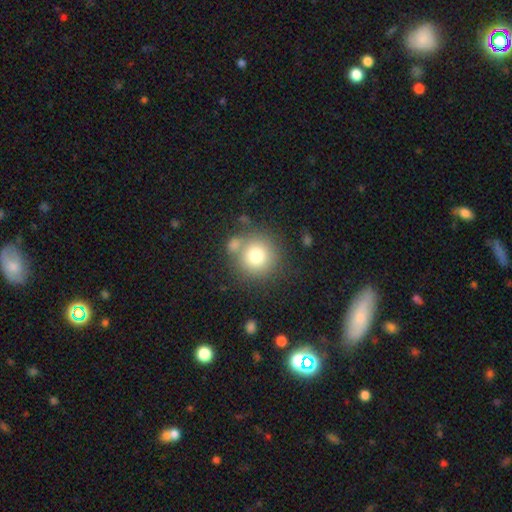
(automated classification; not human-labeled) This appears to be a smooth galaxy with no disk features (77%) that is round (93%). Merging: none (68%).